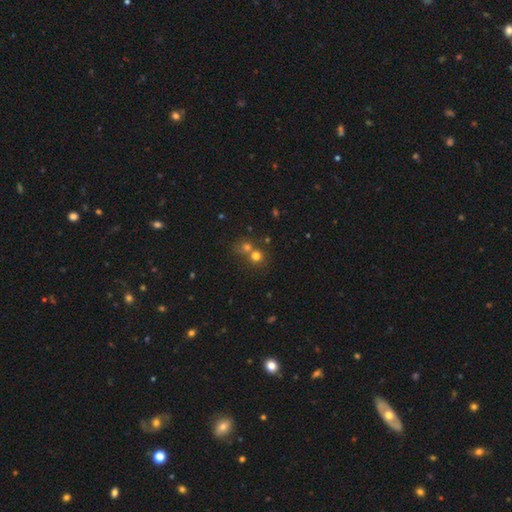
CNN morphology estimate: Q: Smooth or featured?
A: smooth (70%); runner-up: star or artifact (18%)
Q: How rounded?
A: round (87%); runner-up: in between (12%)
Q: Merging?
A: merger (46%); runner-up: none (45%)